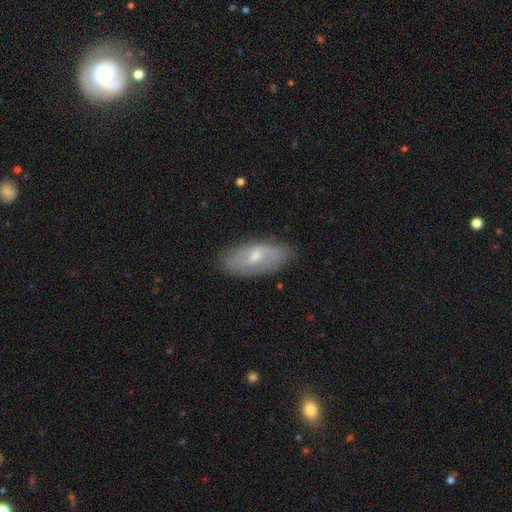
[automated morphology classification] Smooth or featured?
  - featured or disk: 52% *
  - smooth: 41%
  - star or artifact: 7%
Edge-on disk?
  - no: 87% *
  - yes: 13%
Merging?
  - none: 81% *
  - minor disturbance: 14%
  - major disturbance: 3%
  - merger: 1%